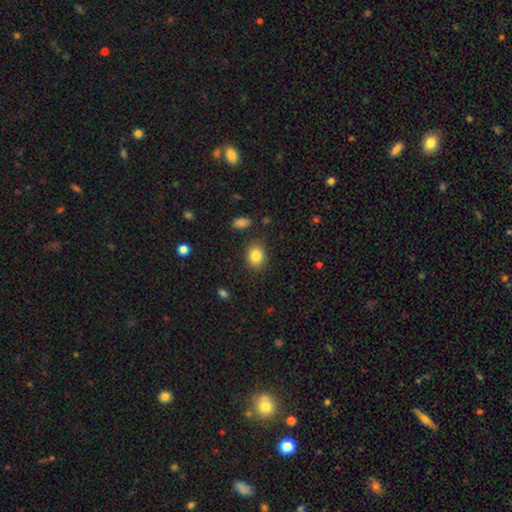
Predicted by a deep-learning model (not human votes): The model was most divided on "how rounded": round: 52%, in between: 47%, cigar-shaped: 1%. More confident: merging — none (85%); smooth or featured — smooth (84%).